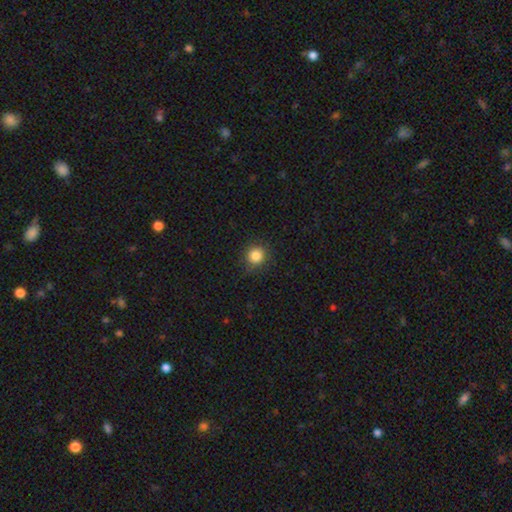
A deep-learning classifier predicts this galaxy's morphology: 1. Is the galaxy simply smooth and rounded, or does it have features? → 84% smooth, 11% star or artifact, 5% featured or disk.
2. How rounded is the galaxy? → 91% round, 8% in between, 1% cigar-shaped.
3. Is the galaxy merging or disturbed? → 86% none, 10% minor disturbance, 3% major disturbance, 1% merger.